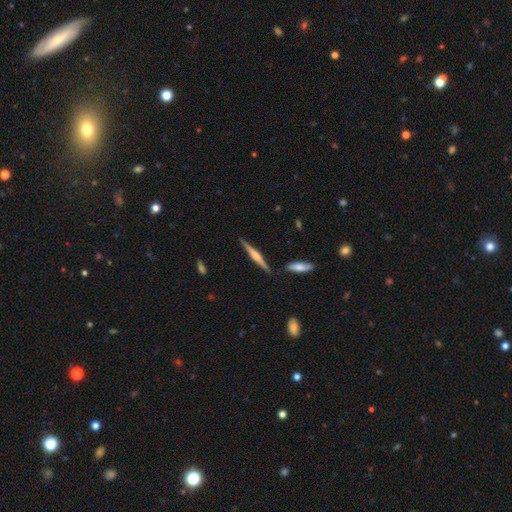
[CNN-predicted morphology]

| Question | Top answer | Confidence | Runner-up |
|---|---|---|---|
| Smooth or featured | featured or disk | 65% | smooth (29%) |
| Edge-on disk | yes | 98% | no (2%) |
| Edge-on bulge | rounded | 69% | boxy (17%) |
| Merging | none | 86% | minor disturbance (8%) |